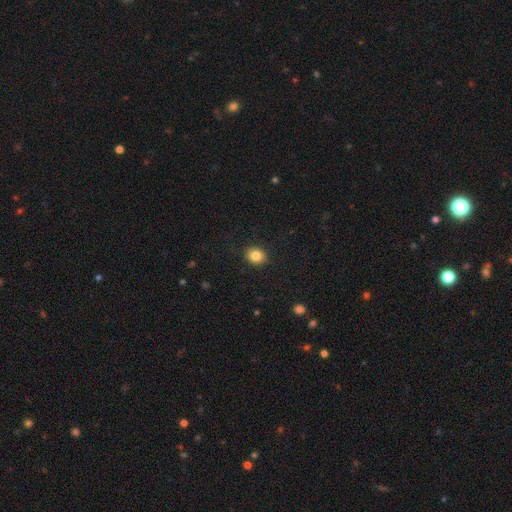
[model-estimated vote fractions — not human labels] smooth 84%, star or artifact 10%, featured or disk 6%. Down the decision tree: how rounded — round (68%); merging — none (90%).